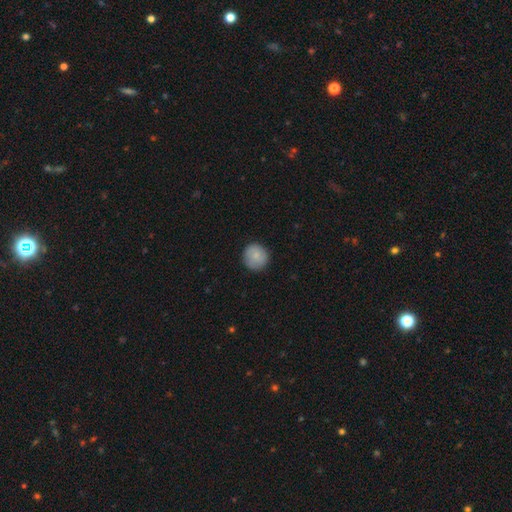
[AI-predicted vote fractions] Smooth or featured: smooth — 83% (featured or disk — 10%)
How rounded: round — 92% (in between — 7%)
Merging: none — 87% (minor disturbance — 10%)